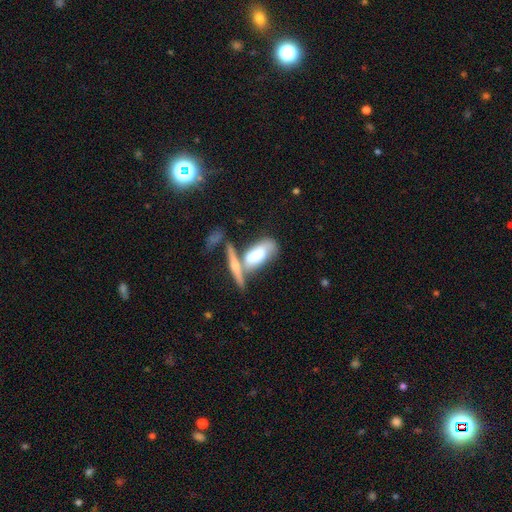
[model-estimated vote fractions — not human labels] Smooth or featured? Predicted: smooth (p=0.53). How rounded? Predicted: in between (p=0.75). Merging? Predicted: merger (p=0.49).